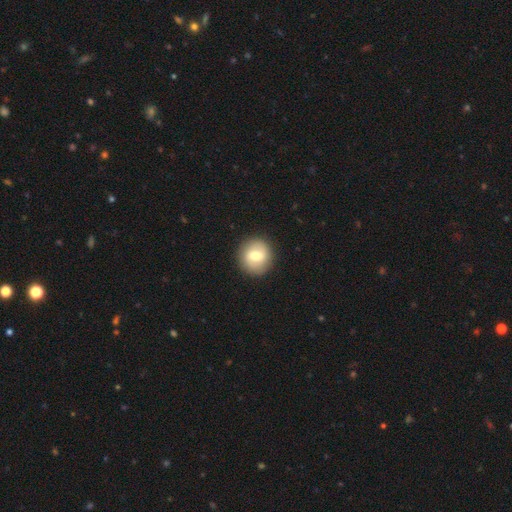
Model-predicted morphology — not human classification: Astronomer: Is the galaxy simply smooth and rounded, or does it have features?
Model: smooth — 63%.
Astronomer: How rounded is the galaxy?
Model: round — 89%.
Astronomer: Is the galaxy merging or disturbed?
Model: none — 90%.